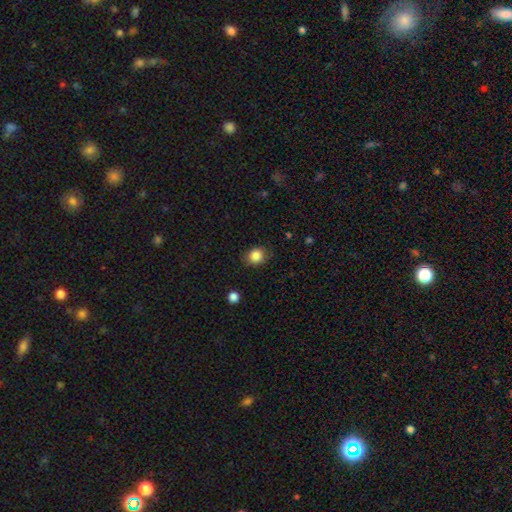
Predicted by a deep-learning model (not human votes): Smooth or featured? Predicted: smooth (p=0.86). How rounded? Predicted: round (p=0.73). Merging? Predicted: none (p=0.82).